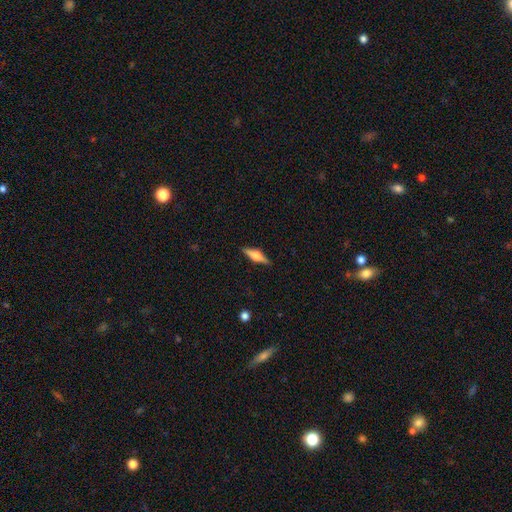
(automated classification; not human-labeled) A featured or disk galaxy (57%) viewed edge-on (97%) with a rounded central bulge (82%). Merging: none (88%).